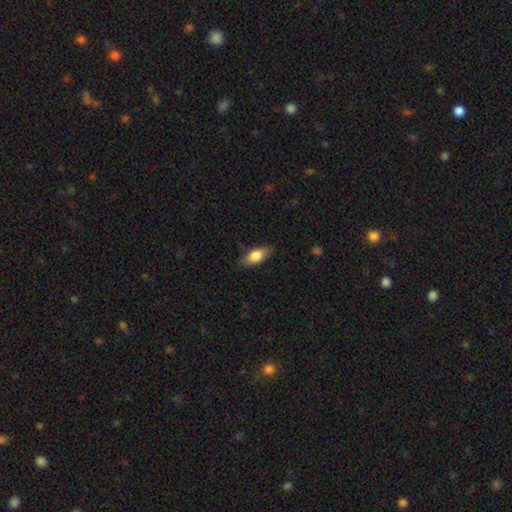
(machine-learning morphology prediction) Smooth or featured? smooth (82%)
How rounded? in between (88%)
Merging? none (80%)